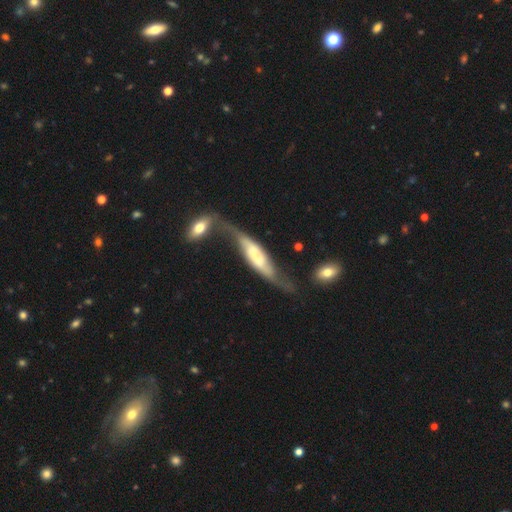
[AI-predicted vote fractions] The model was most divided on "merging": none: 33%, merger: 27%, minor disturbance: 21%, major disturbance: 19%. More confident: smooth or featured — featured or disk (68%); edge-on disk — no (59%).